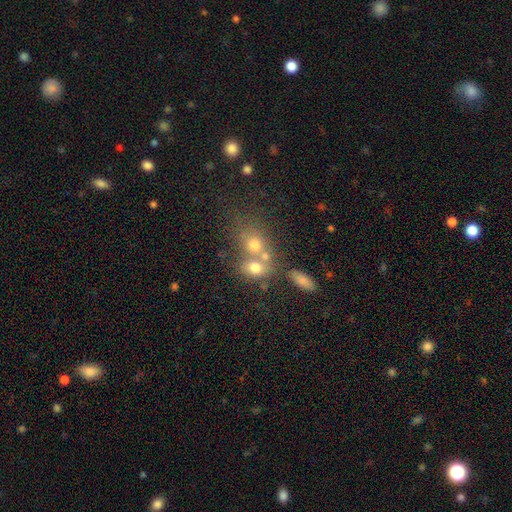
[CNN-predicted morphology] A smooth galaxy with no disk features (54%) that is round (56%). Merging: merger (56%).